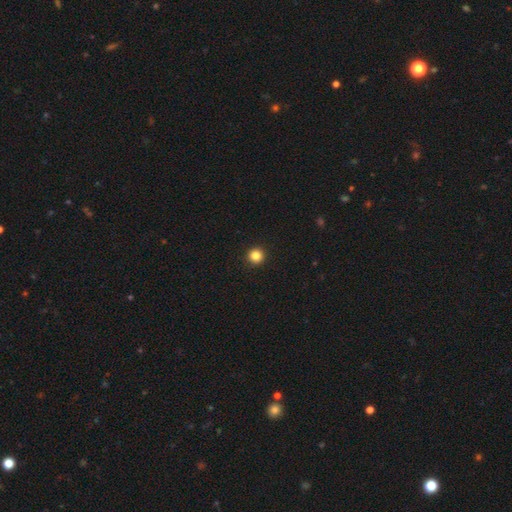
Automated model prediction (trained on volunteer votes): smooth_or_featured: smooth (p=0.84) [alt: star or artifact p=0.12]
how_rounded: round (p=0.95) [alt: in between p=0.04]
merging: none (p=0.94) [alt: minor disturbance p=0.04]